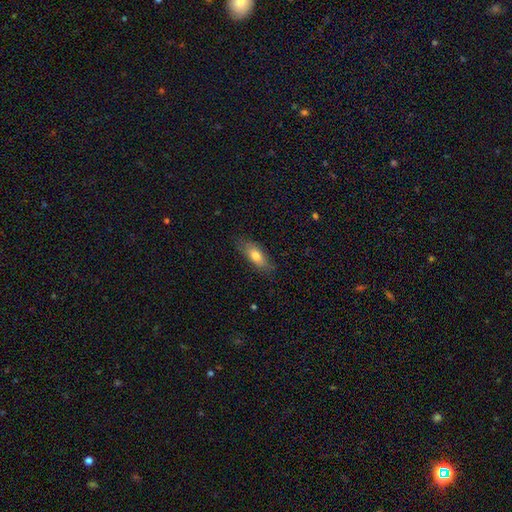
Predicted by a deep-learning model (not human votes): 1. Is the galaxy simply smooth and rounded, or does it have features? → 73% smooth, 20% featured or disk, 7% star or artifact.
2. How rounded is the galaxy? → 76% in between, 21% cigar-shaped, 3% round.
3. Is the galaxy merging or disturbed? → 75% none, 19% minor disturbance, 4% major disturbance, 1% merger.